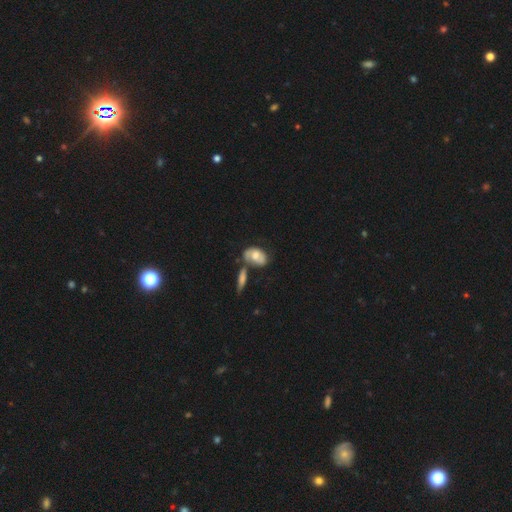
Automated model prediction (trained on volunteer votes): Smooth or featured?
  - smooth: 52% *
  - featured or disk: 42%
  - star or artifact: 7%
How rounded?
  - in between: 85% *
  - round: 11%
  - cigar-shaped: 4%
Merging?
  - none: 41% *
  - merger: 28%
  - minor disturbance: 21%
  - major disturbance: 10%